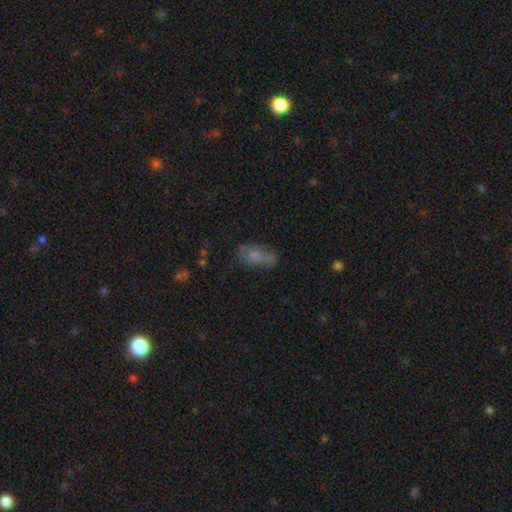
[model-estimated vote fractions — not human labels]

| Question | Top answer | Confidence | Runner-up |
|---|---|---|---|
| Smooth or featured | smooth | 67% | featured or disk (19%) |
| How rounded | in between | 82% | cigar-shaped (12%) |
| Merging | none | 47% | minor disturbance (27%) |